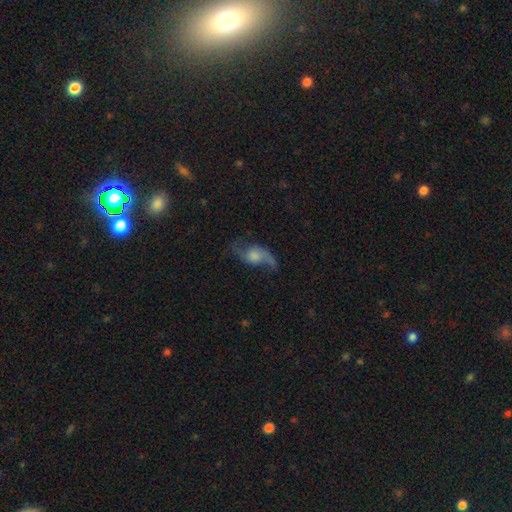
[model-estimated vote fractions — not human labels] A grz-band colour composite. It shows a featured or disk galaxy (73%) with no bar (68%), 2 (88%) loose (82%) spiral arms (92%) and a moderate central bulge (30%). Merging: none (61%).